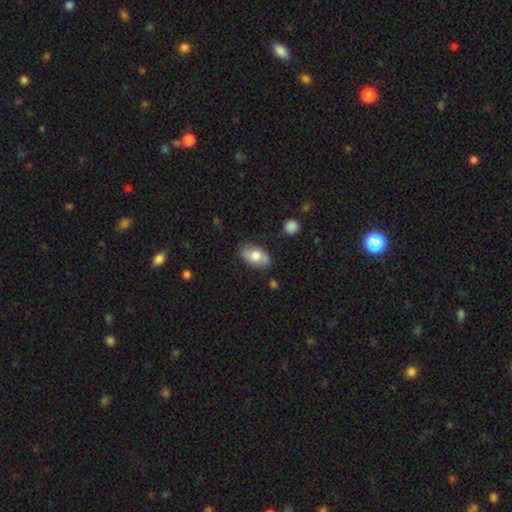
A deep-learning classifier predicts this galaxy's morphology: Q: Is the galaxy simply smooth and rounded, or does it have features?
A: smooth — 67%.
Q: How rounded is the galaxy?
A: in between — 91%.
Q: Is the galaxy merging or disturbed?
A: none — 76%.